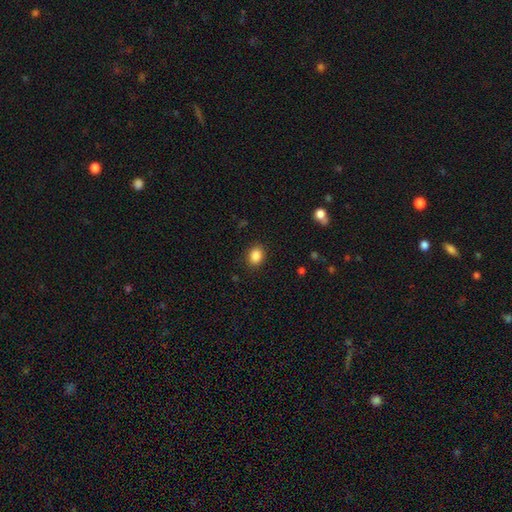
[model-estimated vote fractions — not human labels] A smooth galaxy with no disk features (87%) that is in between round and cigar-shaped (60%).

Vote fractions:
- Smooth or featured? smooth: 87% / star or artifact: 9% / featured or disk: 4%
- How rounded? in between: 60% / round: 39% / cigar-shaped: 1%
- Merging? none: 88% / minor disturbance: 8% / major disturbance: 2% / merger: 1%